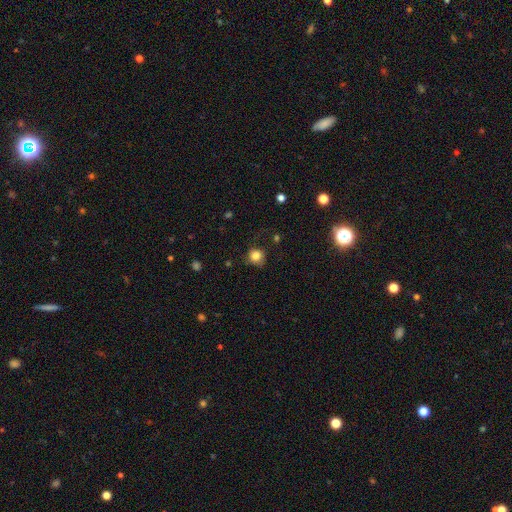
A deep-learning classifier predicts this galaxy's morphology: type=smooth (82%); roundness=round (86%); merging=none (66%).